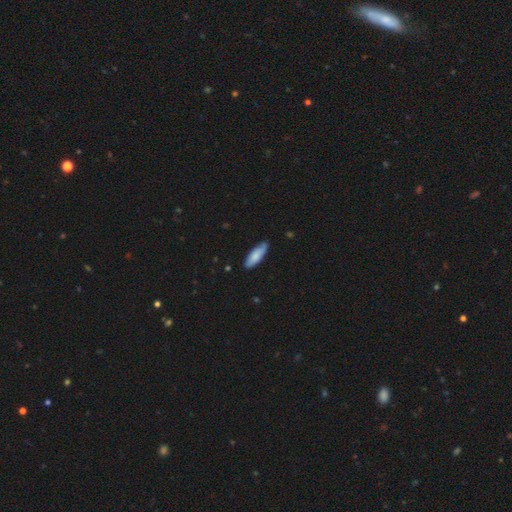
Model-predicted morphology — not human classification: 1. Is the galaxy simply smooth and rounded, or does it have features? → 78% smooth, 17% featured or disk, 5% star or artifact.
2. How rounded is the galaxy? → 56% in between, 42% cigar-shaped, 2% round.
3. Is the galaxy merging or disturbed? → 79% none, 18% minor disturbance, 2% major disturbance, 1% merger.